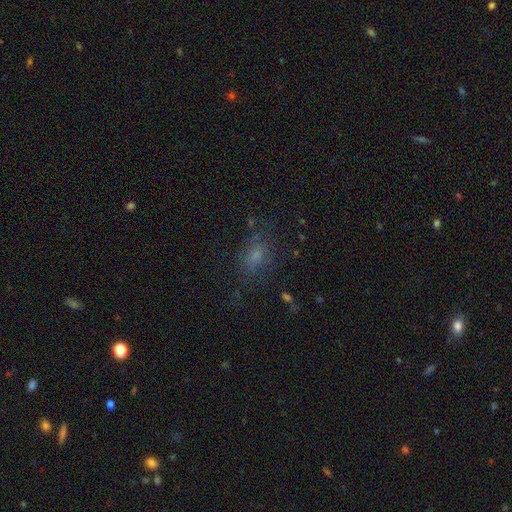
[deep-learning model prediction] Smooth or featured?
  - smooth: 58% *
  - star or artifact: 21%
  - featured or disk: 21%
How rounded?
  - in between: 69% *
  - round: 27%
  - cigar-shaped: 3%
Merging?
  - none: 64% *
  - minor disturbance: 19%
  - major disturbance: 14%
  - merger: 3%